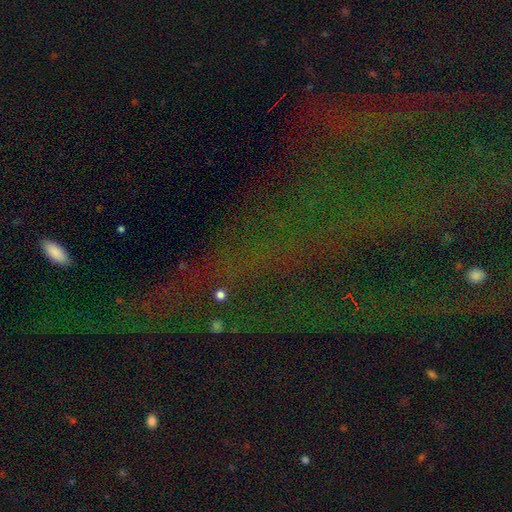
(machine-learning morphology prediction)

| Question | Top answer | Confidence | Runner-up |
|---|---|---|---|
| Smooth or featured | star or artifact | 79% | featured or disk (11%) |